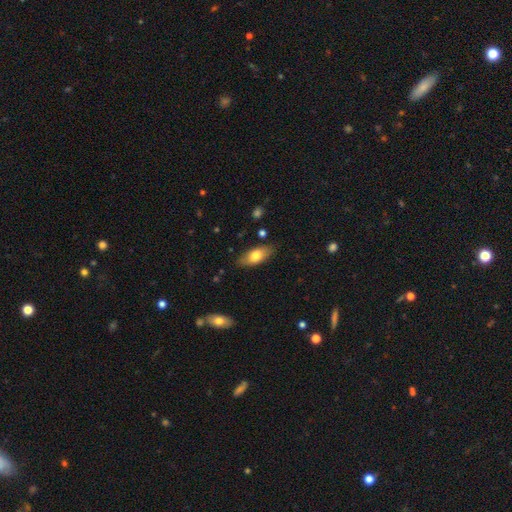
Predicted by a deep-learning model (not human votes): Morphology: type=smooth (74%); roundness=in between (86%); merging=none (83%).